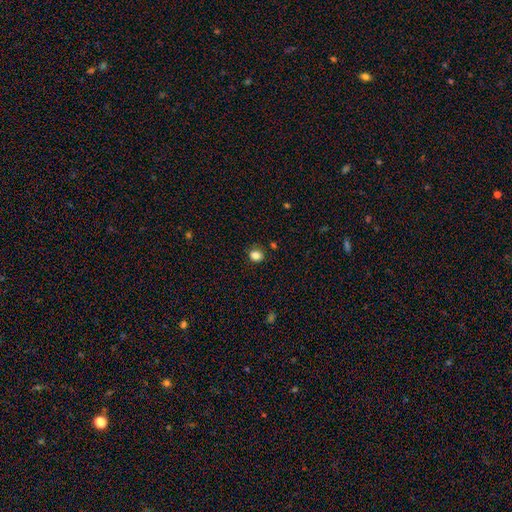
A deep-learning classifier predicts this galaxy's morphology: A smooth galaxy with no disk features (84%) that is round (66%).

Vote fractions:
- Smooth or featured? smooth: 84% / star or artifact: 12% / featured or disk: 4%
- How rounded? round: 66% / in between: 33% / cigar-shaped: 1%
- Merging? none: 82% / minor disturbance: 12% / major disturbance: 3% / merger: 2%